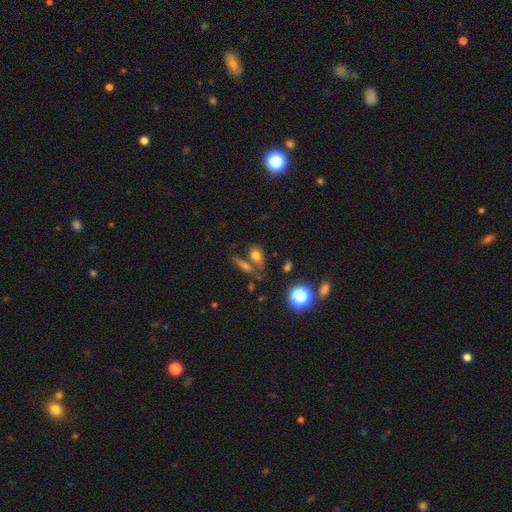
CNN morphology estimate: Overall: smooth (69%). How rounded: in between (66%). Merging: none (50%; merger 30%).